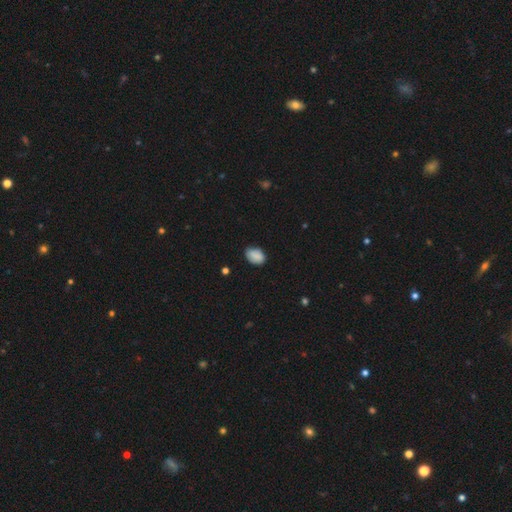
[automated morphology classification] This is clearly a smooth galaxy (85%). How rounded: clearly in between (82%). Merging: likely none (75%).